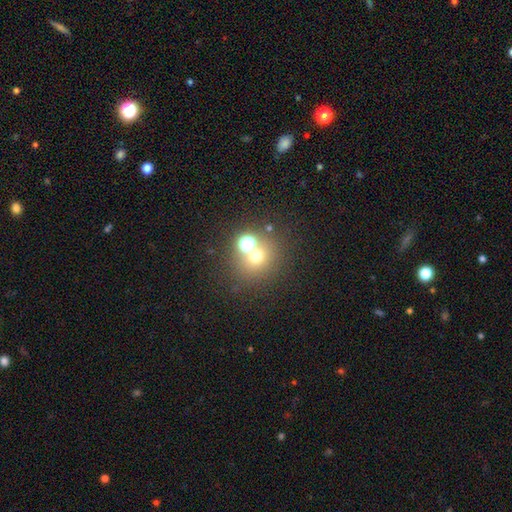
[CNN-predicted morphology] Smooth or featured?
  - smooth: 63% *
  - star or artifact: 25%
  - featured or disk: 13%
How rounded?
  - round: 84% *
  - in between: 15%
  - cigar-shaped: 1%
Merging?
  - none: 60% *
  - merger: 29%
  - minor disturbance: 7%
  - major disturbance: 4%